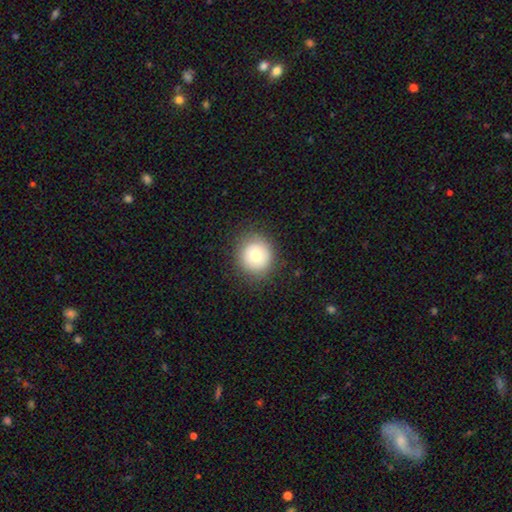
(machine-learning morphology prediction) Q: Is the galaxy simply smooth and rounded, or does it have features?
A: smooth — 69%.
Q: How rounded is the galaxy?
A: round — 92%.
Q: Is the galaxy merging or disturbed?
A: none — 86%.